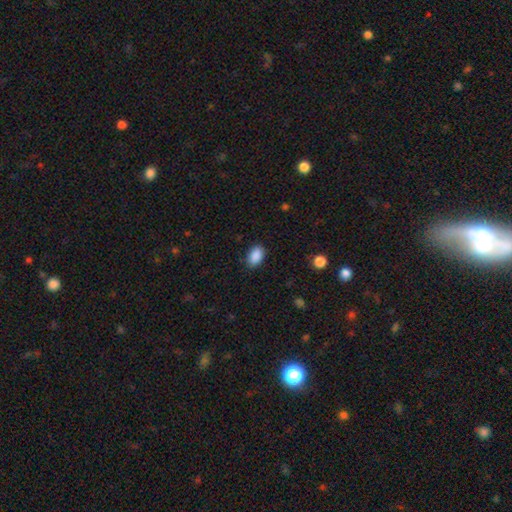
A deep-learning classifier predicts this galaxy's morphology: The model was most divided on "merging": none: 85%, minor disturbance: 11%, major disturbance: 3%, merger: 1%. More confident: smooth or featured — smooth (89%); how rounded — in between (89%).